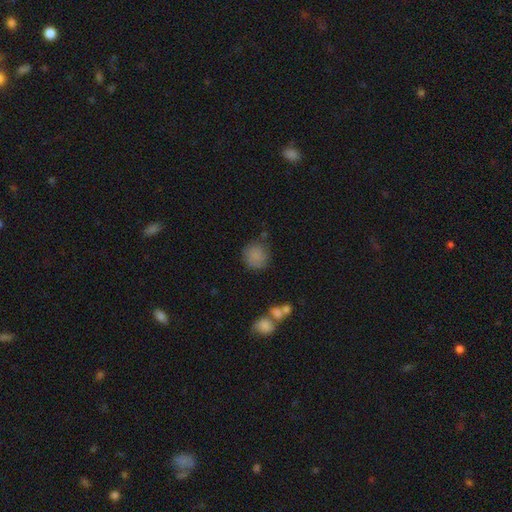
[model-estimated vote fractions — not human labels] Morphology: type=smooth (83%); roundness=round (88%); merging=none (73%).